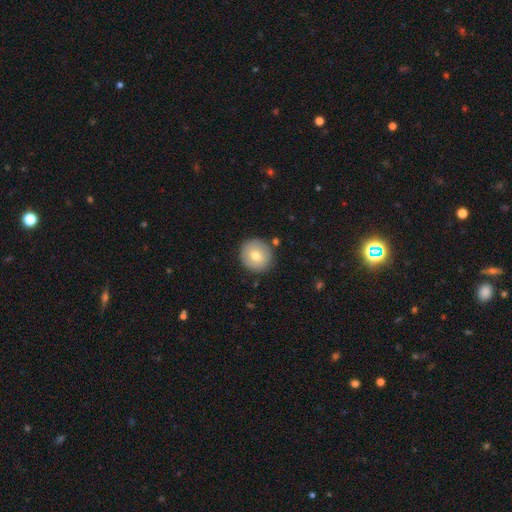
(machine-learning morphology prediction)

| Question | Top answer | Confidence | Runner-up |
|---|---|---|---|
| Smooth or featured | smooth | 74% | featured or disk (19%) |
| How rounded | round | 92% | in between (7%) |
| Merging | none | 87% | minor disturbance (9%) |